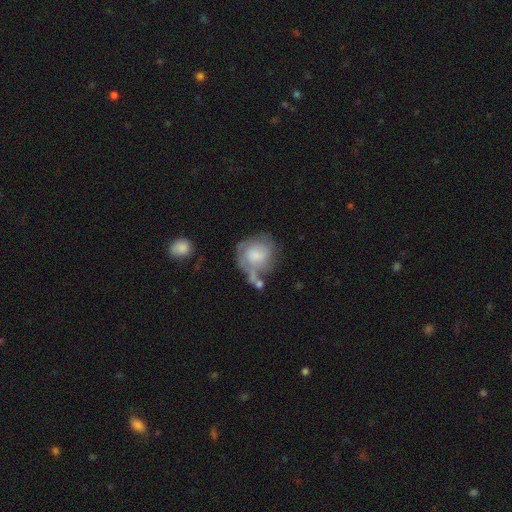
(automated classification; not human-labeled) Q: Smooth or featured?
A: featured or disk (47%); runner-up: smooth (46%)
Q: Merging?
A: none (31%); runner-up: major disturbance (29%)